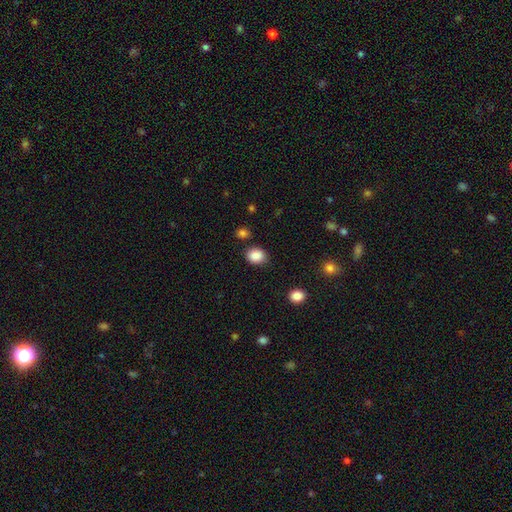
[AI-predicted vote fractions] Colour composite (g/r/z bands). It shows a smooth galaxy with no disk features (88%) that is round (50%). Merging: none (80%).